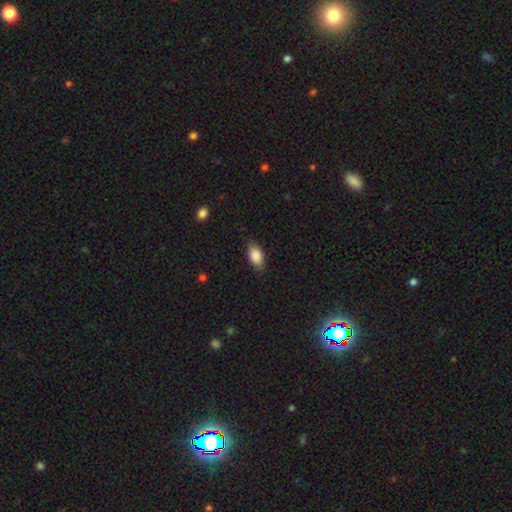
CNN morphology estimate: A smooth galaxy with no disk features (86%) that is in between round and cigar-shaped (90%).

Vote fractions:
- Smooth or featured? smooth: 86% / featured or disk: 7% / star or artifact: 7%
- How rounded? in between: 90% / round: 5% / cigar-shaped: 5%
- Merging? none: 80% / minor disturbance: 15% / major disturbance: 3% / merger: 1%